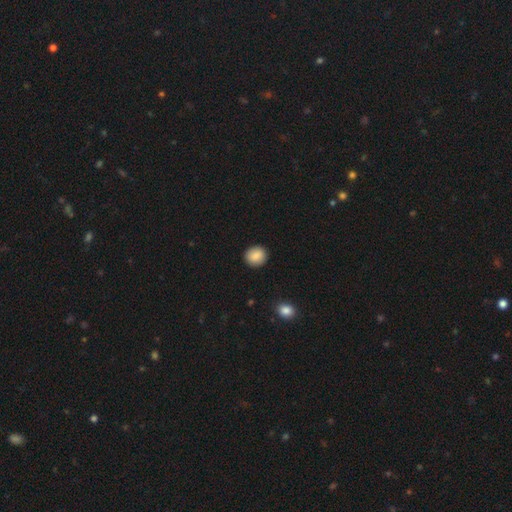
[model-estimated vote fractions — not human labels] This appears to be a smooth galaxy with no disk features (88%) that is round (80%). Merging: none (90%).